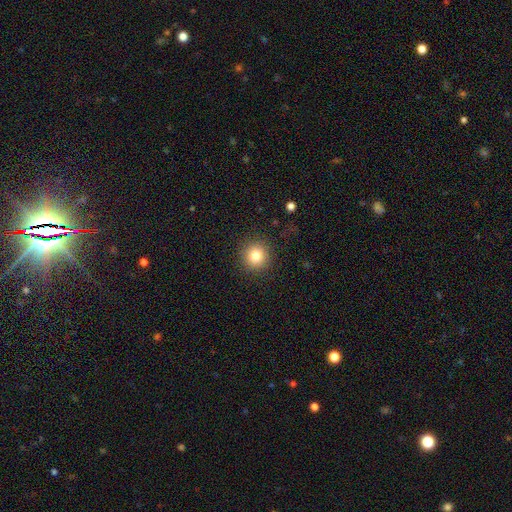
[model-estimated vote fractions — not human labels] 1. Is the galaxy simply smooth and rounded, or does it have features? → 81% smooth, 11% star or artifact, 7% featured or disk.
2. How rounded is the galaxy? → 93% round, 6% in between, 1% cigar-shaped.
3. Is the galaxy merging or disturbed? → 90% none, 7% minor disturbance, 3% major disturbance, 1% merger.